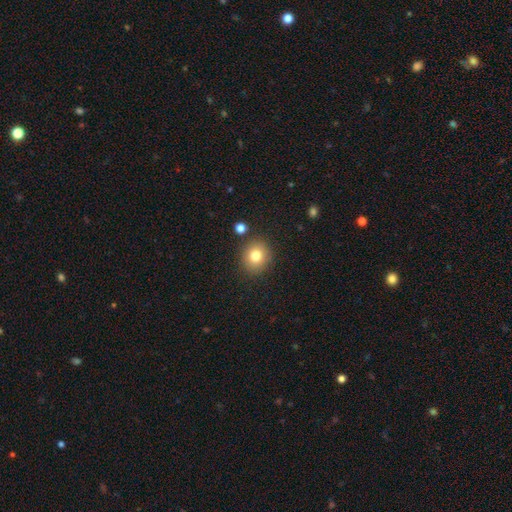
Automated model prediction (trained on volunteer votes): Morphology: type=smooth (79%); roundness=round (81%); merging=none (86%).